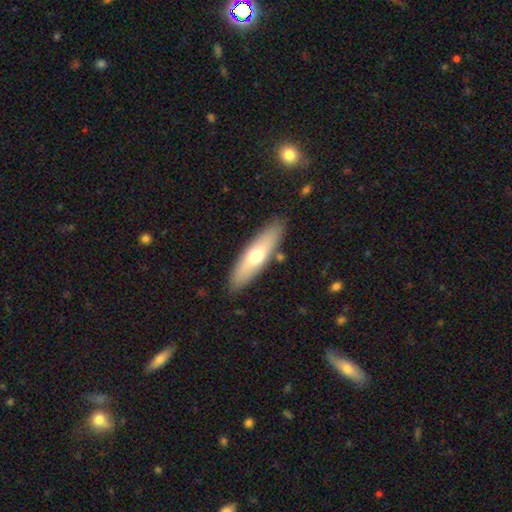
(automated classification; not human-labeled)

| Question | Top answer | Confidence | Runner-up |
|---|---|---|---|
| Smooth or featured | smooth | 61% | featured or disk (34%) |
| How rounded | cigar-shaped | 60% | in between (38%) |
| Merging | none | 86% | minor disturbance (10%) |